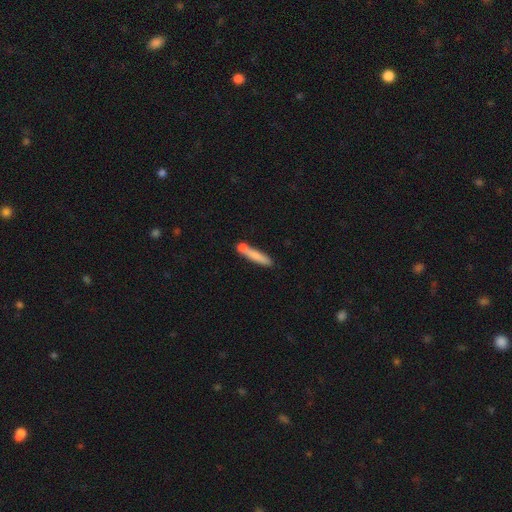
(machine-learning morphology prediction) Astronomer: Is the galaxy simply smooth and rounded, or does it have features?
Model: smooth — 73%.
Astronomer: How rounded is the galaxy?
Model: cigar-shaped — 90%.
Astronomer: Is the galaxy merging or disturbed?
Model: none — 58%.